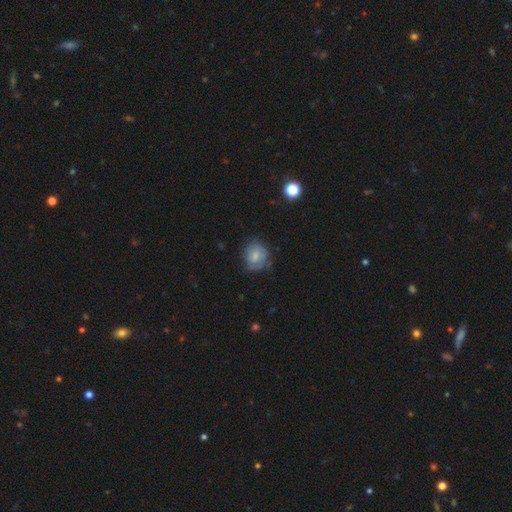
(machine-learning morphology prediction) Smooth or featured? smooth (61%)
How rounded? round (73%)
Merging? none (60%)